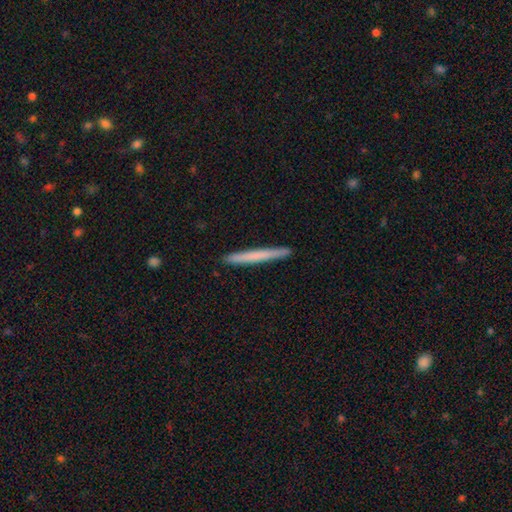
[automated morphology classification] type=smooth (65%); roundness=cigar-shaped (97%); merging=none (92%).